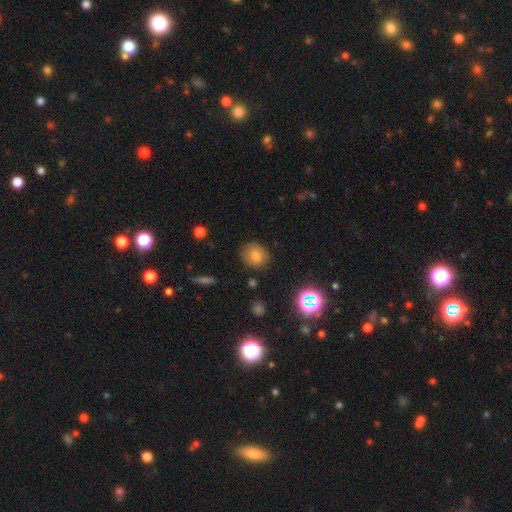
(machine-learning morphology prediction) A smooth galaxy with no disk features (75%) that is round (73%).

Vote fractions:
- Smooth or featured? smooth: 75% / star or artifact: 14% / featured or disk: 11%
- How rounded? round: 73% / in between: 26% / cigar-shaped: 1%
- Merging? none: 81% / minor disturbance: 14% / major disturbance: 3% / merger: 2%